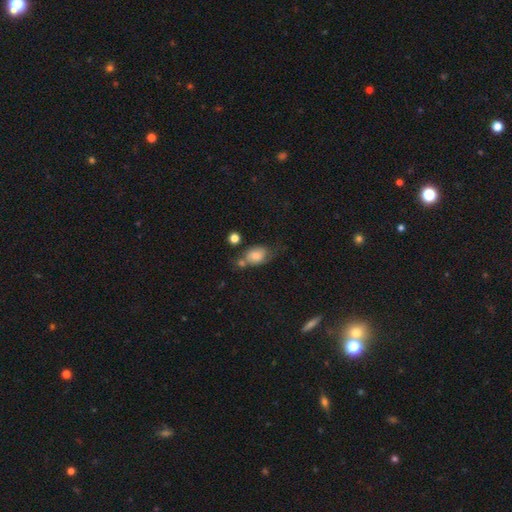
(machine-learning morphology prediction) A smooth galaxy with no disk features (72%) that is in between round and cigar-shaped (72%).

Vote fractions:
- Smooth or featured? smooth: 72% / featured or disk: 18% / star or artifact: 10%
- How rounded? in between: 72% / round: 26% / cigar-shaped: 2%
- Merging? none: 39% / minor disturbance: 27% / merger: 18% / major disturbance: 16%